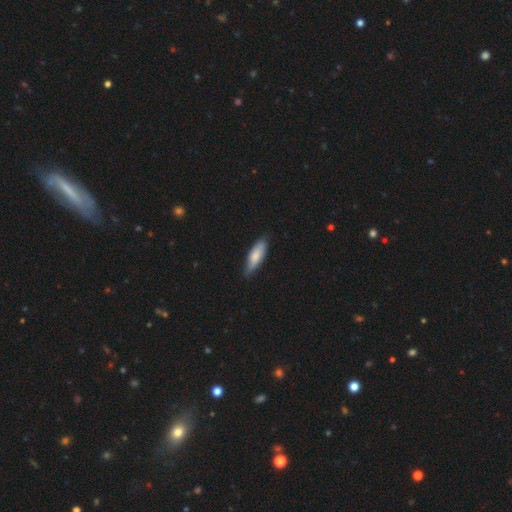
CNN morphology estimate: type=smooth (78%); roundness=in between (55%); merging=none (78%).